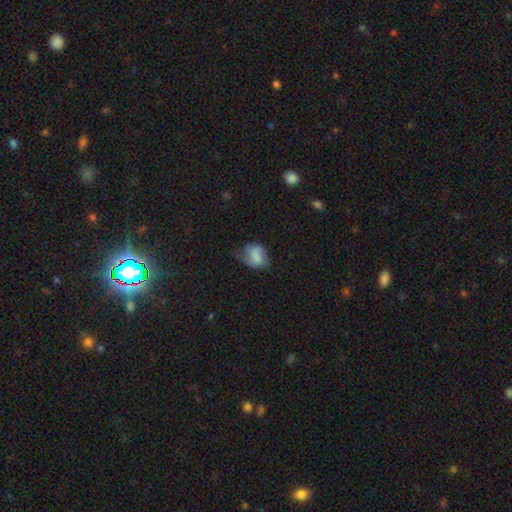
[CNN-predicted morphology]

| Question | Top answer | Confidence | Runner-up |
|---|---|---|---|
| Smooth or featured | smooth | 65% | featured or disk (26%) |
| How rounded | in between | 65% | round (34%) |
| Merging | none | 39% | minor disturbance (36%) |